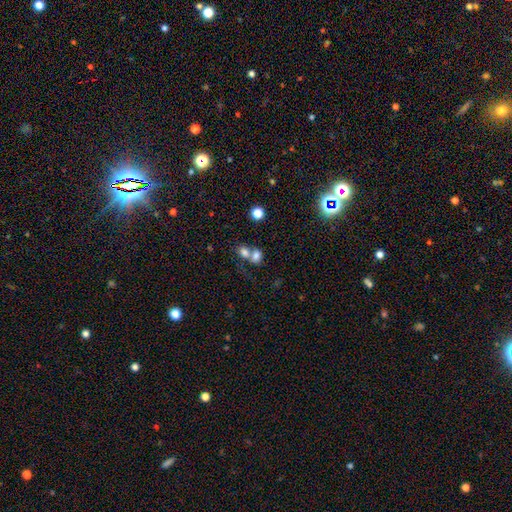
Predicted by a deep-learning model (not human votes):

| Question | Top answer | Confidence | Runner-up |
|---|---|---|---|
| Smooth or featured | smooth | 74% | featured or disk (14%) |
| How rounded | in between | 53% | round (46%) |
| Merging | merger | 66% | none (23%) |